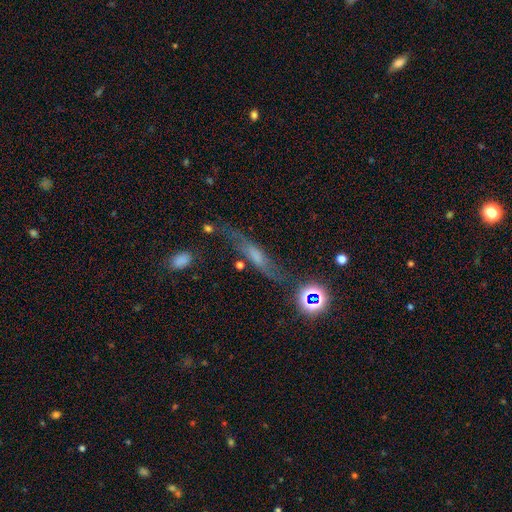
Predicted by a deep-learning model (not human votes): featured or disk 53%, smooth 28%, star or artifact 20%. Down the decision tree: edge-on disk — yes (54%); merging — none (62%).